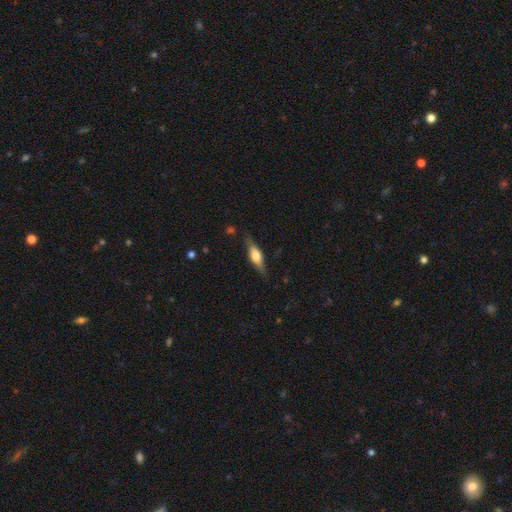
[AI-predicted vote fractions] Smooth or featured? Predicted: featured or disk (p=0.58). Edge-on disk? Predicted: yes (p=0.94). Edge-on bulge? Predicted: rounded (p=0.84). Merging? Predicted: none (p=0.81).